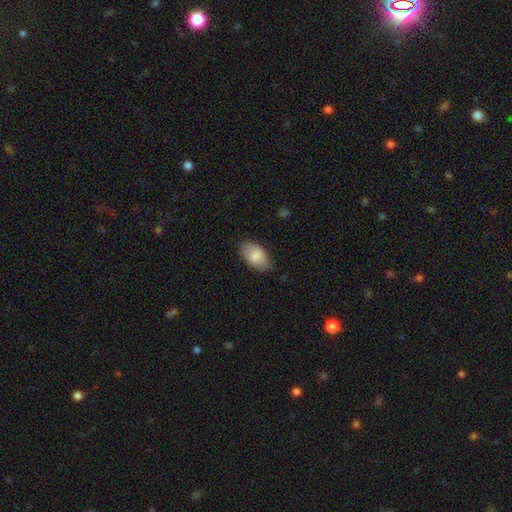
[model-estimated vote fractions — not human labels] A smooth galaxy with no disk features (84%) that is in between round and cigar-shaped (94%). Merging: none (83%).